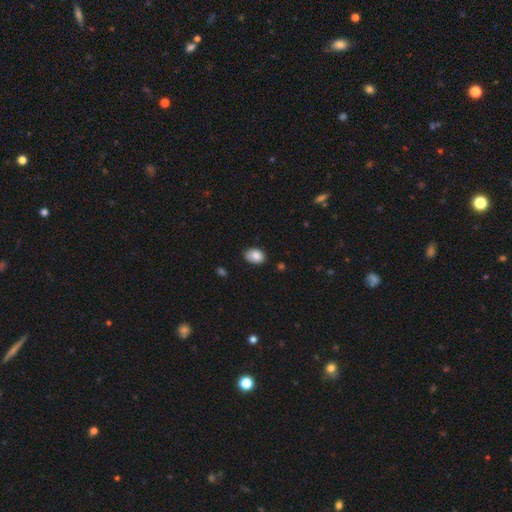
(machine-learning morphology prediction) This appears to be a smooth galaxy with no disk features (87%) that is in between round and cigar-shaped (82%). Merging: none (76%).